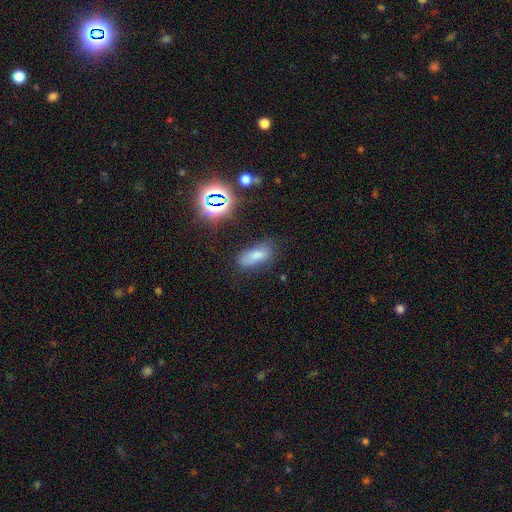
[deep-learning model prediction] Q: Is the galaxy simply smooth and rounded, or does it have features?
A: smooth — 73%.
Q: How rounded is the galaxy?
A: in between — 79%.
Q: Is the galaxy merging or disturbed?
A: none — 59%.